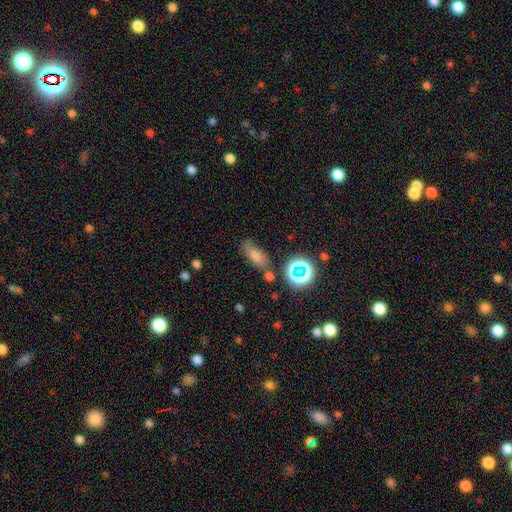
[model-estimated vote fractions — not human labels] Morphology: type=smooth (69%); roundness=in between (75%); merging=none (64%).